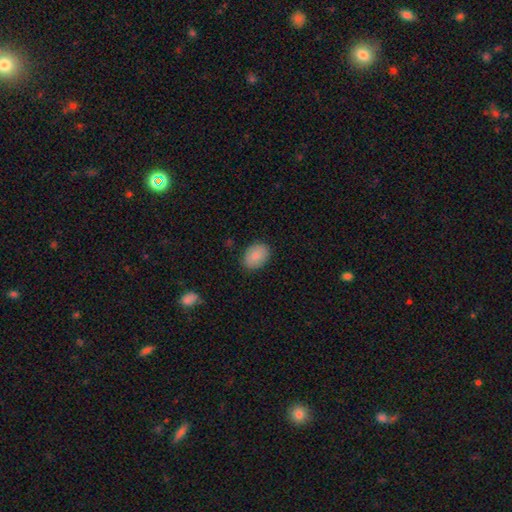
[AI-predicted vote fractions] smooth_or_featured: smooth (p=0.87) [alt: star or artifact p=0.07]
how_rounded: in between (p=0.81) [alt: round p=0.18]
merging: none (p=0.86) [alt: minor disturbance p=0.11]